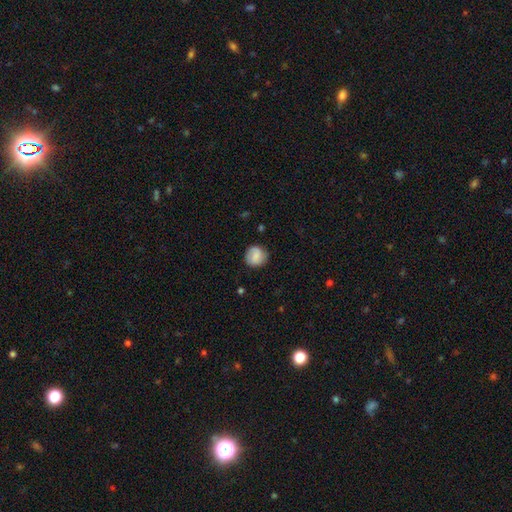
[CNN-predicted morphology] The model was most divided on "smooth or featured": smooth: 73%, featured or disk: 19%, star or artifact: 8%. More confident: how rounded — round (88%); merging — none (82%).